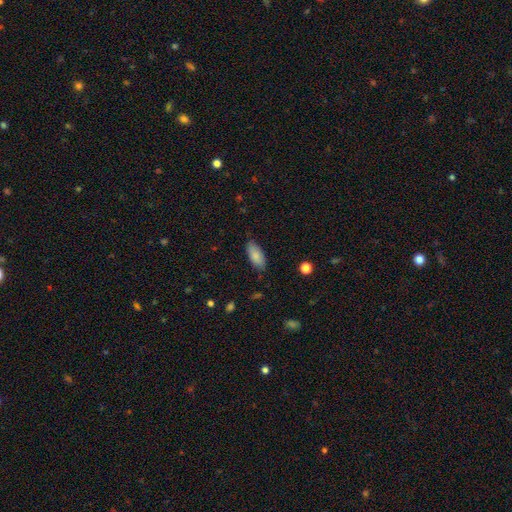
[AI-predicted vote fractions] A smooth galaxy with no disk features (85%) that is in between round and cigar-shaped (85%). Merging: none (81%).